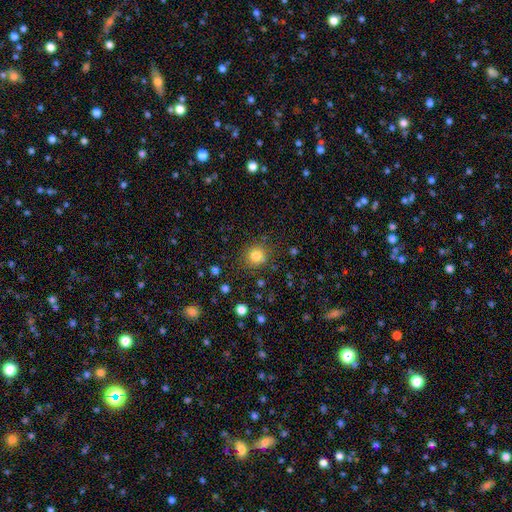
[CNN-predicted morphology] Smooth or featured? smooth (81%)
How rounded? round (88%)
Merging? none (83%)